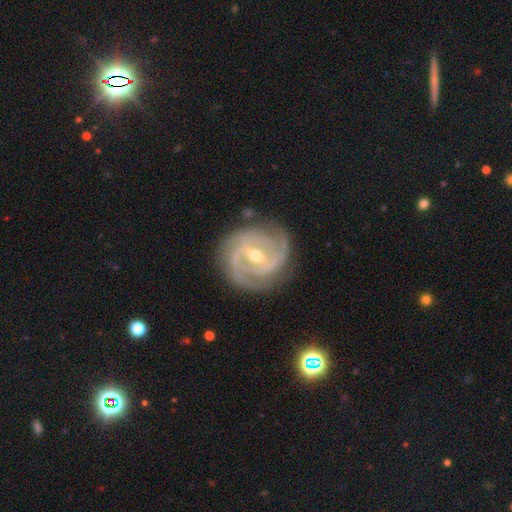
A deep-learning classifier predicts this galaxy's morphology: Overall: featured or disk (91%). Edge-on disk: no (97%). Bar: weak (46%; strong 40%). Spiral arms: yes (98%). Spiral arm count: 2 (38%; 3 35%). Spiral winding: tight (65%; medium 31%). Bulge size: moderate (54%; small 43%). Merging: none (80%).